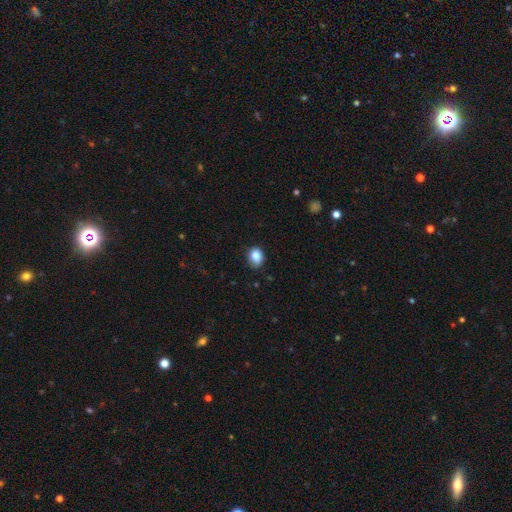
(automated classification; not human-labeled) smooth_or_featured: smooth (p=0.84) [alt: star or artifact p=0.10]
how_rounded: in between (p=0.52) [alt: round p=0.47]
merging: none (p=0.73) [alt: minor disturbance p=0.22]